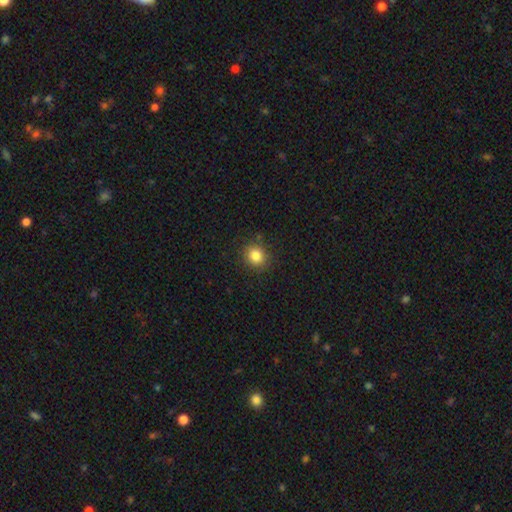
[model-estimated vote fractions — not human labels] Smooth or featured? Predicted: smooth (p=0.83). How rounded? Predicted: round (p=0.82). Merging? Predicted: none (p=0.86).